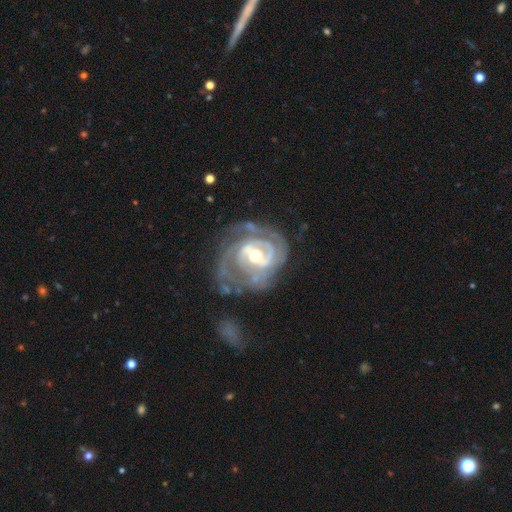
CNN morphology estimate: This appears to be a featured or disk galaxy (89%) with a weak bar (44%), 2 (49%) tight (58%) spiral arms (93%) and a moderate central bulge (67%). Merging: none (54%).